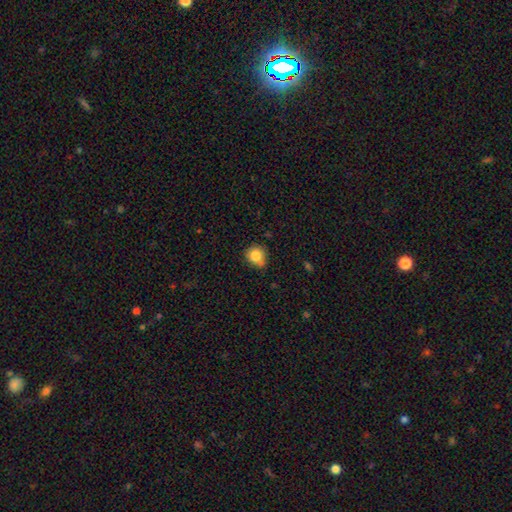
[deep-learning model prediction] smooth-or-featured: smooth: 83% | star or artifact: 10% | featured or disk: 7%
  how-rounded: round: 82% | in between: 17% | cigar-shaped: 1%
  merging: none: 63% | minor disturbance: 28% | major disturbance: 5% | merger: 4%